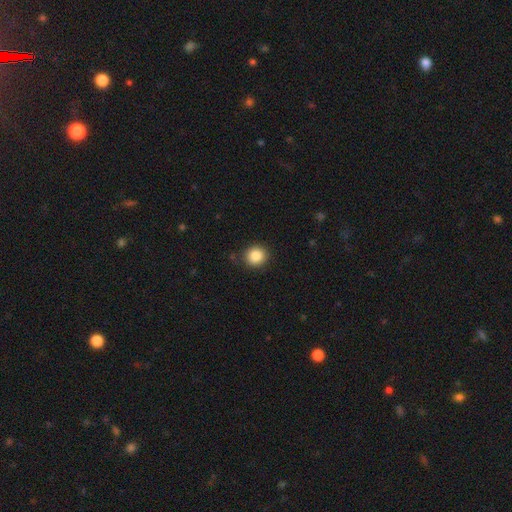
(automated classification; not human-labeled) Smooth or featured? smooth (86%)
How rounded? round (87%)
Merging? none (87%)